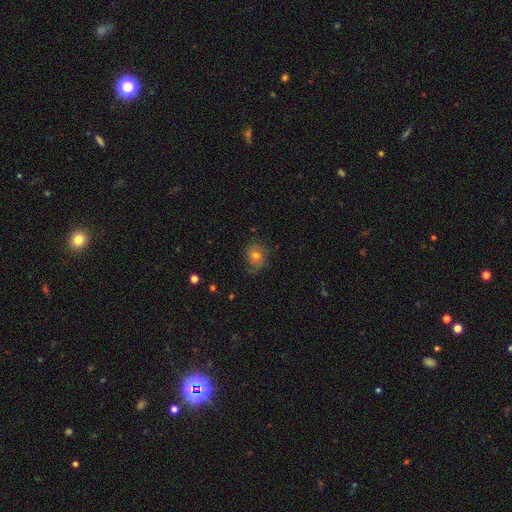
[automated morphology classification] Overall: smooth (67%). How rounded: round (62%; in between 37%). Merging: none (60%; minor disturbance 26%).